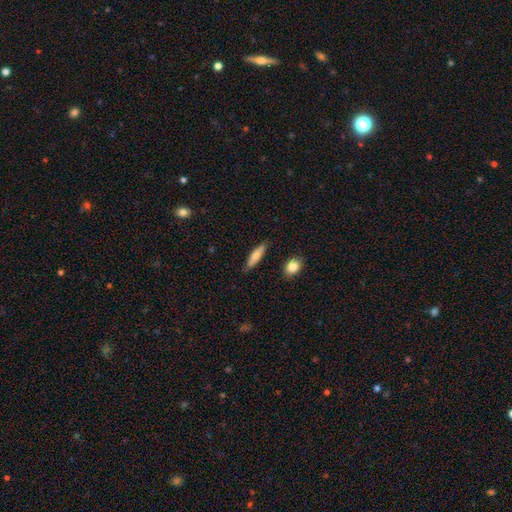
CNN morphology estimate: The model was most divided on "how rounded": cigar-shaped: 71%, in between: 27%, round: 2%. More confident: merging — none (84%); smooth or featured — smooth (75%).